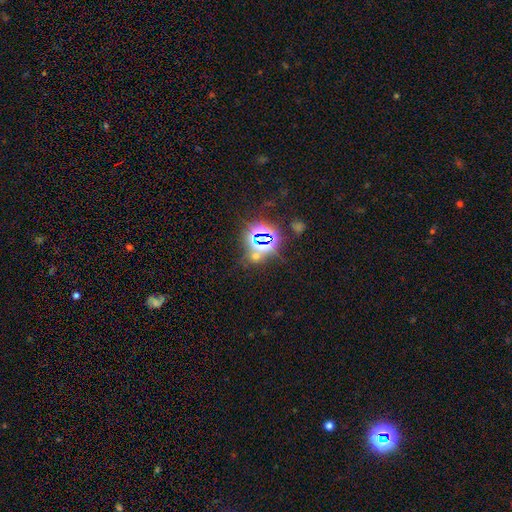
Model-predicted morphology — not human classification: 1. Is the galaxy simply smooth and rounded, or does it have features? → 70% star or artifact, 23% smooth, 7% featured or disk.